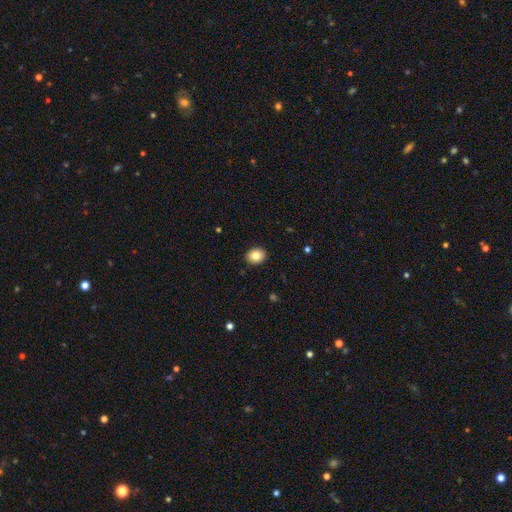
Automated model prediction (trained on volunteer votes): Q: Smooth or featured?
A: smooth (83%); runner-up: star or artifact (9%)
Q: How rounded?
A: round (60%); runner-up: in between (40%)
Q: Merging?
A: none (91%); runner-up: minor disturbance (6%)